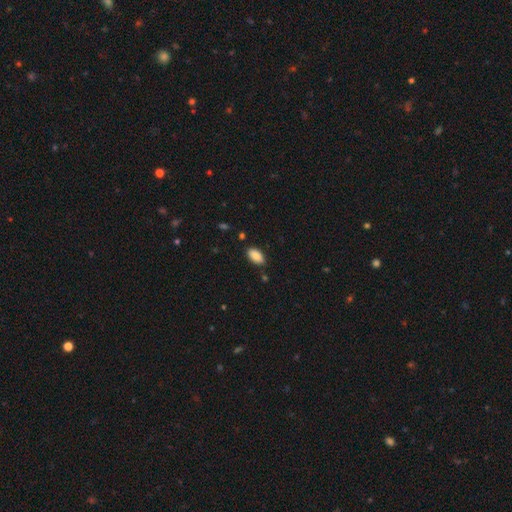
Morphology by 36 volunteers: A smooth galaxy with no disk features (94%) that is in between round and cigar-shaped (91%). Merging: none (83%).